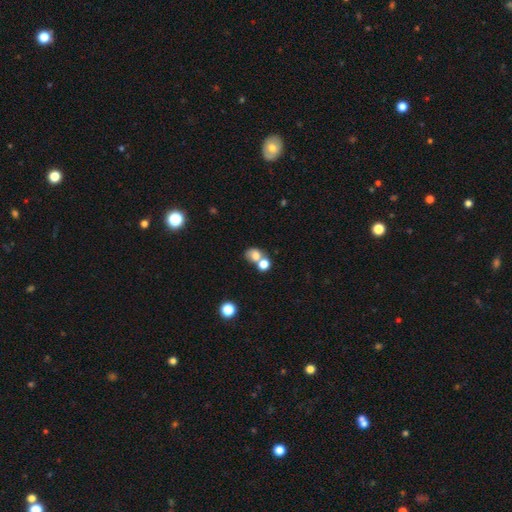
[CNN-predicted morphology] The model was most divided on "how rounded": round: 58%, in between: 41%, cigar-shaped: 1%. More confident: smooth or featured — smooth (74%); merging — merger (51%).